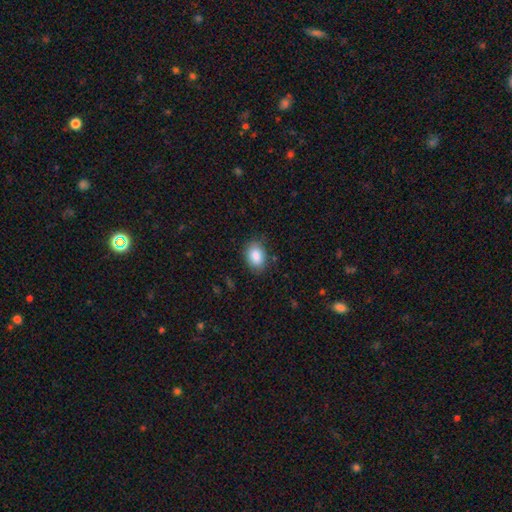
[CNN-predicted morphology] smooth_or_featured: smooth (p=0.88) [alt: star or artifact p=0.07]
how_rounded: in between (p=0.77) [alt: round p=0.22]
merging: none (p=0.83) [alt: minor disturbance p=0.13]